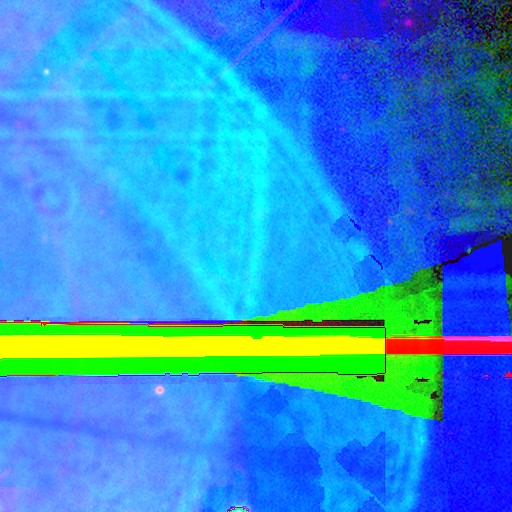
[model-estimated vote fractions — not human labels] star or artifact 86%, featured or disk 8%, smooth 6%.